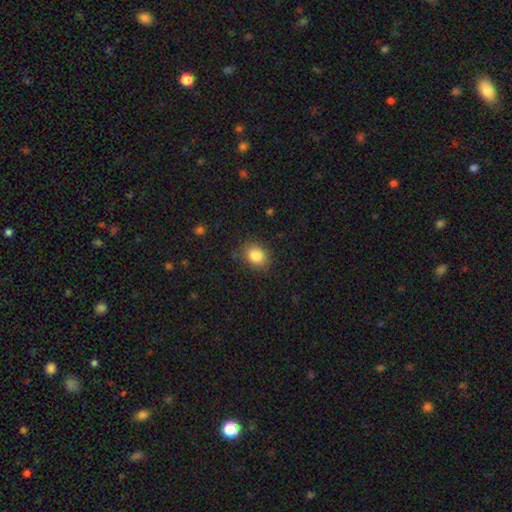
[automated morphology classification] Smooth or featured? Predicted: smooth (p=0.85). How rounded? Predicted: in between (p=0.57). Merging? Predicted: none (p=0.84).